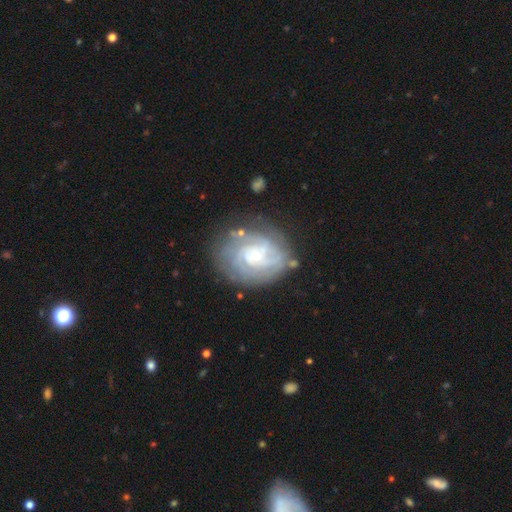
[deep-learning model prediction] smooth_or_featured: featured or disk (p=0.83) [alt: smooth p=0.11]
disk_edge_on: no (p=0.97) [alt: yes p=0.03]
bar: no (p=0.69) [alt: weak p=0.26]
has_spiral_arms: yes (p=0.92) [alt: no p=0.08]
spiral_winding: tight (p=0.68) [alt: medium p=0.25]
spiral_arm_count: can't tell (p=0.37) [alt: 2 p=0.20]
bulge_size: small (p=0.63) [alt: moderate p=0.33]
merging: none (p=0.71) [alt: minor disturbance p=0.18]